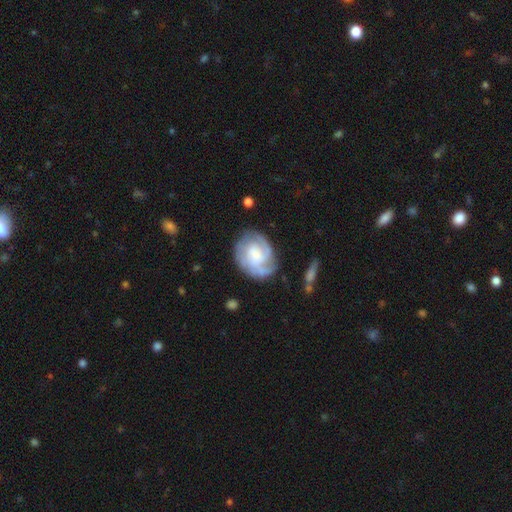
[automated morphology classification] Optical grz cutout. It shows a featured or disk galaxy (74%) with no bar (60%), 3 (29%) tight (50%) spiral arms (91%) and a moderate central bulge (30%). Merging: none (64%).